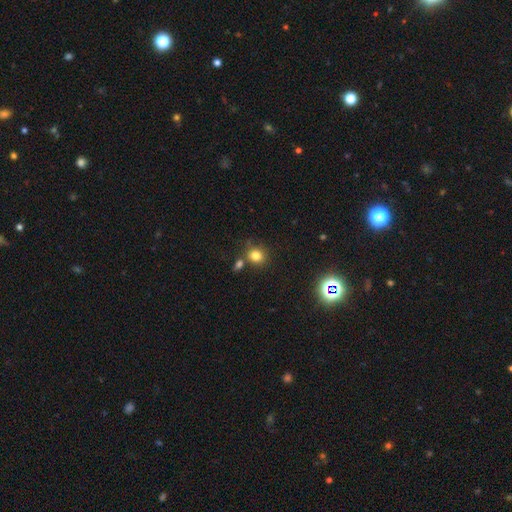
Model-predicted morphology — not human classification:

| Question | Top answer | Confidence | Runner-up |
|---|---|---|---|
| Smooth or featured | smooth | 79% | star or artifact (14%) |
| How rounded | round | 73% | in between (26%) |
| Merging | none | 69% | merger (16%) |